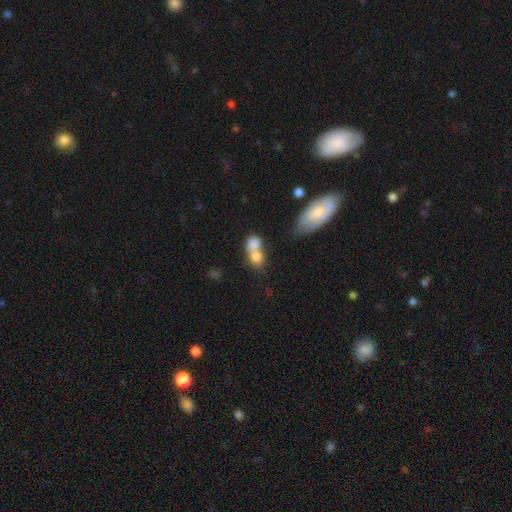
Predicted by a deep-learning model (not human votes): Q: Smooth or featured?
A: smooth (77%); runner-up: featured or disk (15%)
Q: How rounded?
A: in between (53%); runner-up: round (44%)
Q: Merging?
A: merger (70%); runner-up: none (19%)